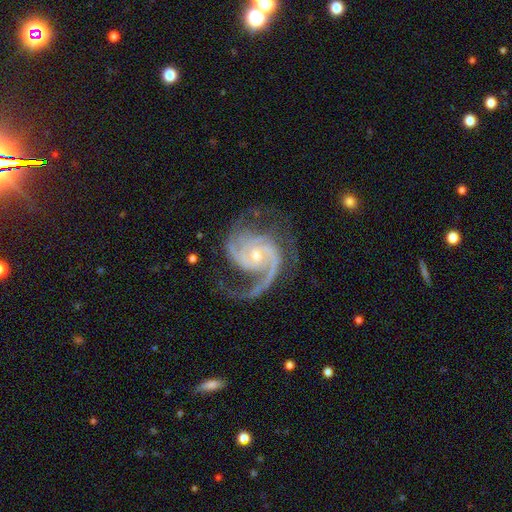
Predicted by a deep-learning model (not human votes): This appears to be a featured or disk galaxy (93%) with no bar (62%), 2 (50%) medium (53%) spiral arms (98%) and a small central bulge (65%). Merging: none (65%).